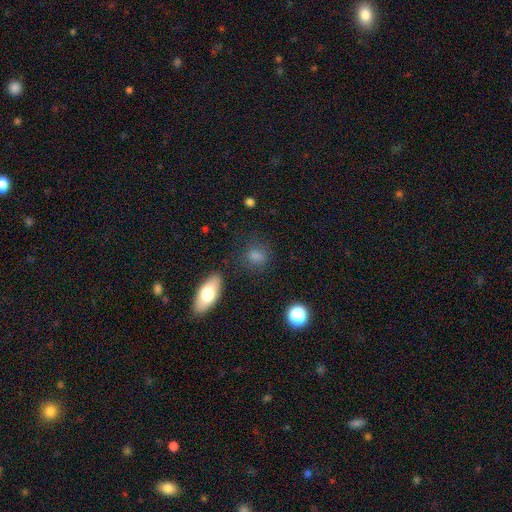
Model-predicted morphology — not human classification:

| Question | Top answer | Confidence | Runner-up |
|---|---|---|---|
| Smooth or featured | smooth | 73% | star or artifact (15%) |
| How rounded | round | 50% | in between (45%) |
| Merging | none | 79% | minor disturbance (13%) |